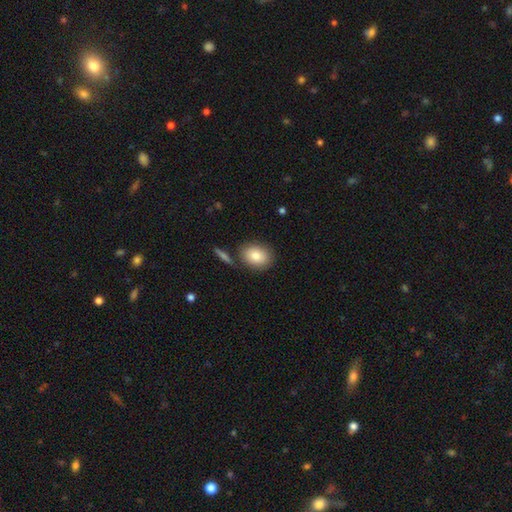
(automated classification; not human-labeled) The model was most divided on "how rounded": in between: 67%, round: 31%, cigar-shaped: 1%. More confident: smooth or featured — smooth (82%); merging — none (78%).